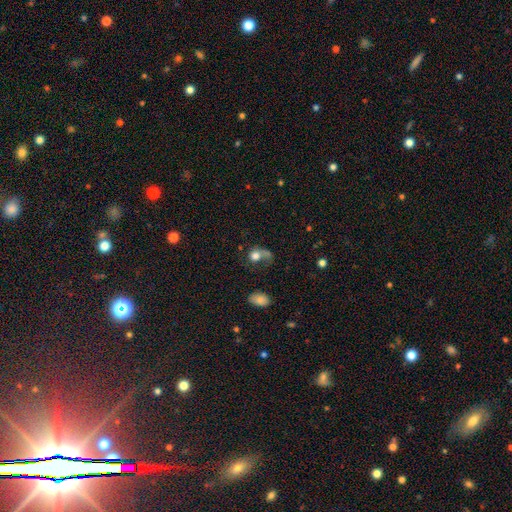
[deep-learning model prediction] The model was most divided on "merging": major disturbance: 37%, none: 28%, merger: 19%, minor disturbance: 16%. More confident: smooth or featured — smooth (70%); how rounded — round (63%).